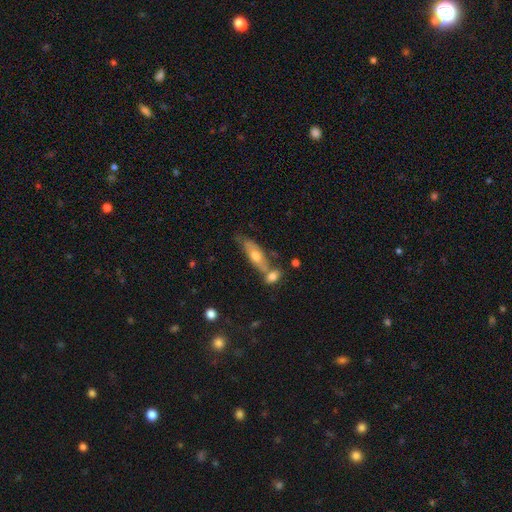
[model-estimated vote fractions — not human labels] A featured or disk galaxy (52%) viewed edge-on (57%).

Vote fractions:
- Smooth or featured? featured or disk: 52% / smooth: 38% / star or artifact: 9%
- Edge-on disk? yes: 57% / no: 43%
- Merging? none: 48% / merger: 33% / minor disturbance: 13% / major disturbance: 5%